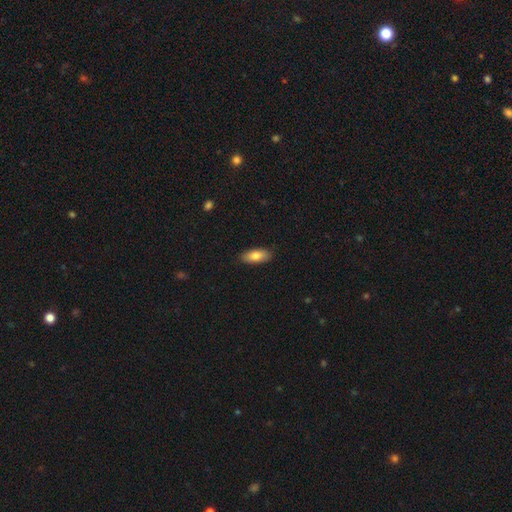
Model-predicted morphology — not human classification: smooth_or_featured: smooth (p=0.81) [alt: featured or disk p=0.13]
how_rounded: in between (p=0.81) [alt: cigar-shaped p=0.17]
merging: none (p=0.89) [alt: minor disturbance p=0.09]